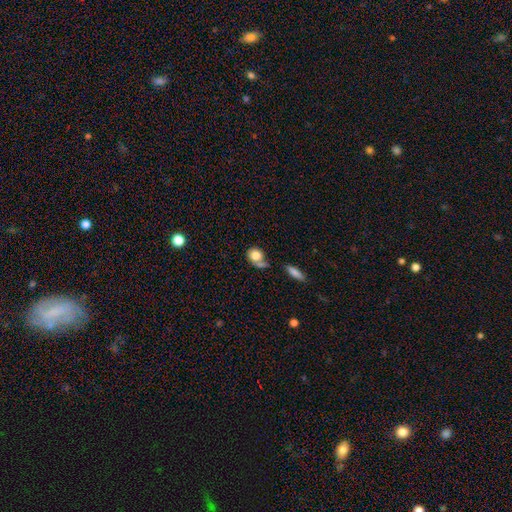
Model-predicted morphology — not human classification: smooth 79%, featured or disk 13%, star or artifact 8%. Down the decision tree: how rounded — round (64%); merging — none (46%).